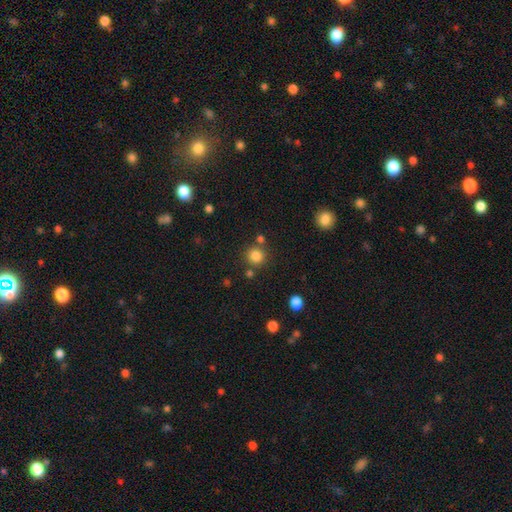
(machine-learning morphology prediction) A smooth galaxy with no disk features (83%) that is round (93%).

Vote fractions:
- Smooth or featured? smooth: 83% / star or artifact: 13% / featured or disk: 5%
- How rounded? round: 93% / in between: 6% / cigar-shaped: 1%
- Merging? none: 79% / merger: 10% / minor disturbance: 8% / major disturbance: 3%